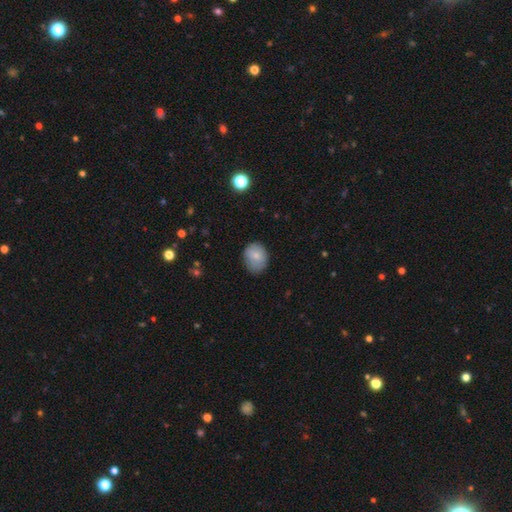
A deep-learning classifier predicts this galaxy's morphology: This is likely a smooth galaxy (79%). How rounded: possibly in between (53%). Merging: likely none (66%).